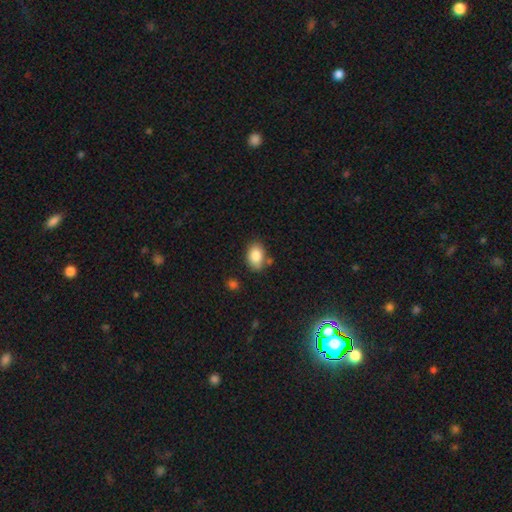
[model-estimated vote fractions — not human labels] This is clearly a smooth galaxy (85%). How rounded: clearly in between (83%). Merging: likely none (72%).